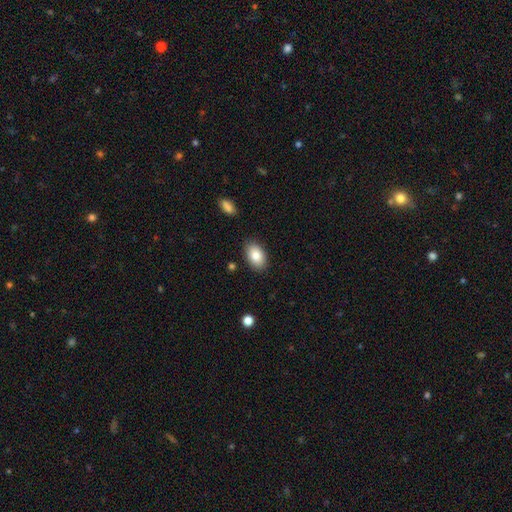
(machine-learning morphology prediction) The model was most divided on "smooth or featured": smooth: 84%, featured or disk: 9%, star or artifact: 7%. More confident: how rounded — in between (90%); merging — none (86%).